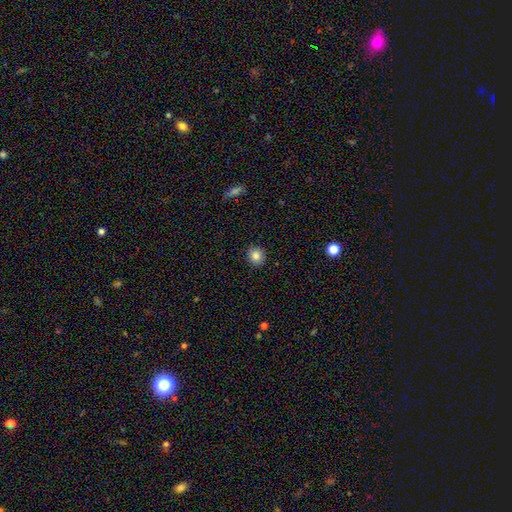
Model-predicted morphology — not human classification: Smooth or featured?
  - smooth: 84% *
  - star or artifact: 10%
  - featured or disk: 6%
How rounded?
  - round: 86% *
  - in between: 13%
  - cigar-shaped: 1%
Merging?
  - none: 91% *
  - minor disturbance: 7%
  - major disturbance: 2%
  - merger: 1%